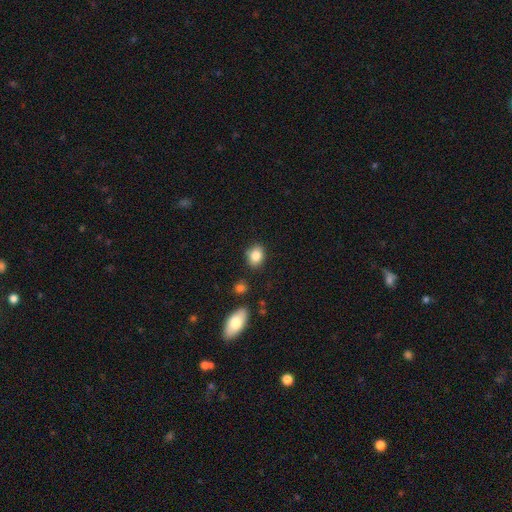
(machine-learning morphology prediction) Smooth or featured? Predicted: smooth (p=0.84). How rounded? Predicted: in between (p=0.58). Merging? Predicted: none (p=0.82).